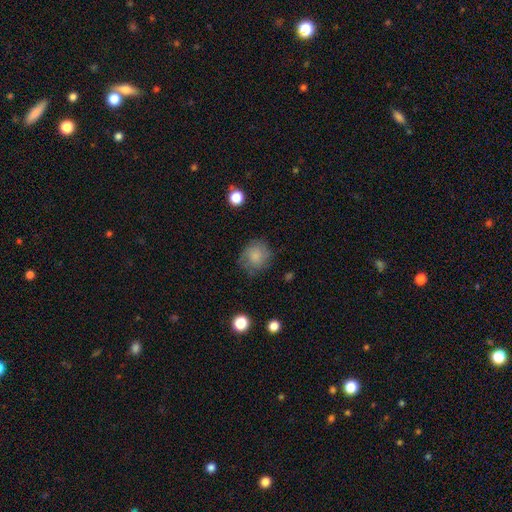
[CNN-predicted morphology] This is likely a smooth galaxy (77%). How rounded: likely round (80%). Merging: likely none (65%).